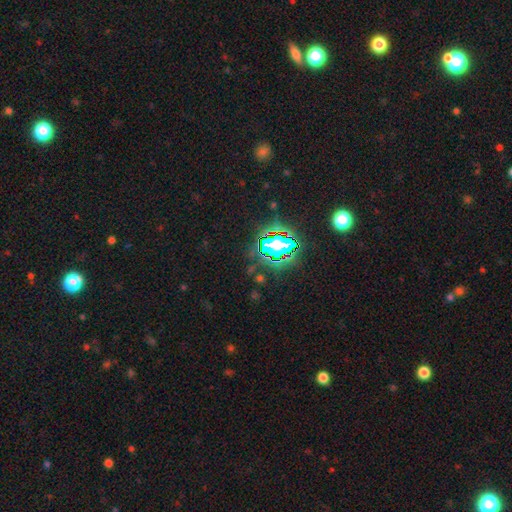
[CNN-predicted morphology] This is clearly a star or artifact rather than a galaxy (82%).